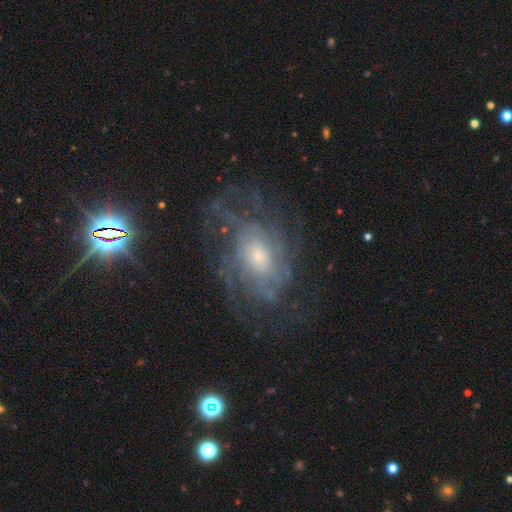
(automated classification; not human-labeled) Smooth or featured? Predicted: featured or disk (p=0.77). Edge-on disk? Predicted: no (p=0.95). Bar? Predicted: no (p=0.73). Spiral arms? Predicted: yes (p=0.86). Spiral winding? Predicted: tight (p=0.53). Spiral arm count? Predicted: can't tell (p=0.52). Bulge size? Predicted: moderate (p=0.45). Merging? Predicted: none (p=0.66).